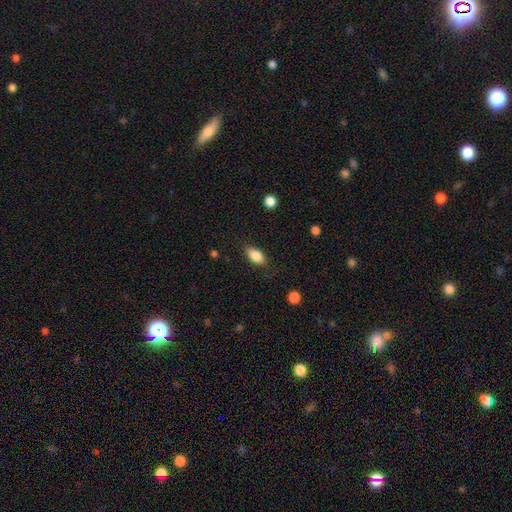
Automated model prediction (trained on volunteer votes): Smooth or featured: smooth — 85% (featured or disk — 8%)
How rounded: in between — 89% (round — 6%)
Merging: none — 81% (minor disturbance — 14%)